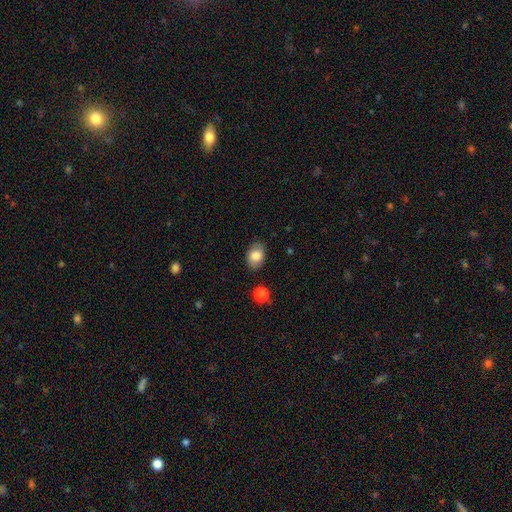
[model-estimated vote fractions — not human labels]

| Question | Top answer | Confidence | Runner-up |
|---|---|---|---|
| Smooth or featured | smooth | 83% | featured or disk (9%) |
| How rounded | in between | 79% | round (20%) |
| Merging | none | 85% | minor disturbance (11%) |